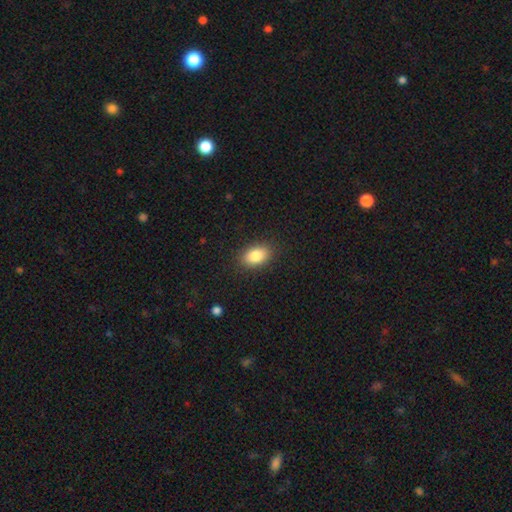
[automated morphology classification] A smooth galaxy with no disk features (84%) that is in between round and cigar-shaped (86%).

Vote fractions:
- Smooth or featured? smooth: 84% / star or artifact: 8% / featured or disk: 7%
- How rounded? in between: 86% / round: 13% / cigar-shaped: 2%
- Merging? none: 87% / minor disturbance: 9% / major disturbance: 3% / merger: 1%